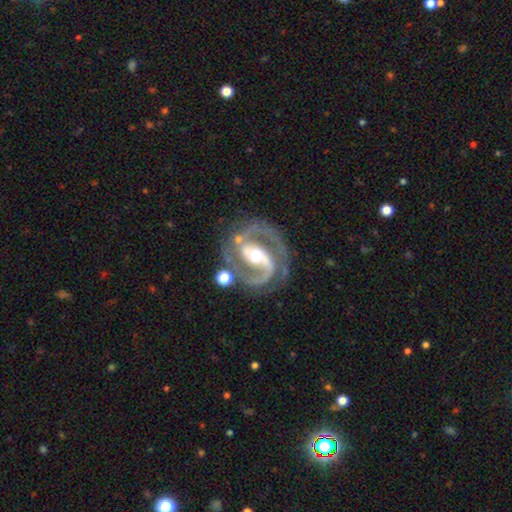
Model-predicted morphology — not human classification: featured or disk 92%, star or artifact 4%, smooth 4%. Down the decision tree: edge-on disk — no (98%); bar — strong (48%); spiral arms — yes (98%); spiral arm count — 2 (93%); spiral winding — medium (61%); bulge size — moderate (71%); merging — none (76%).